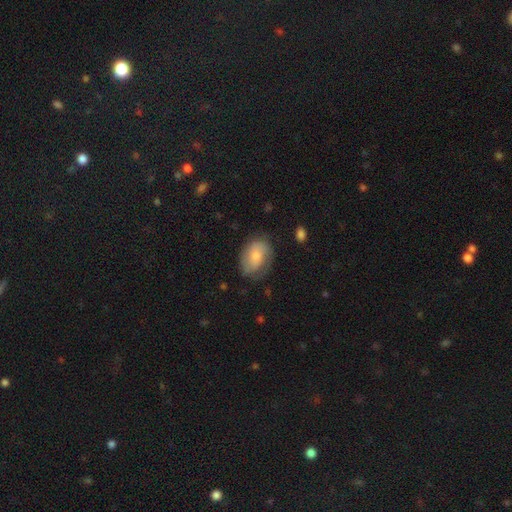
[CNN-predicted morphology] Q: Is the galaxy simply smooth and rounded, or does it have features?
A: smooth — 55%.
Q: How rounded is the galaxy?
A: in between — 76%.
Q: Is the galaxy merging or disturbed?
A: none — 64%.